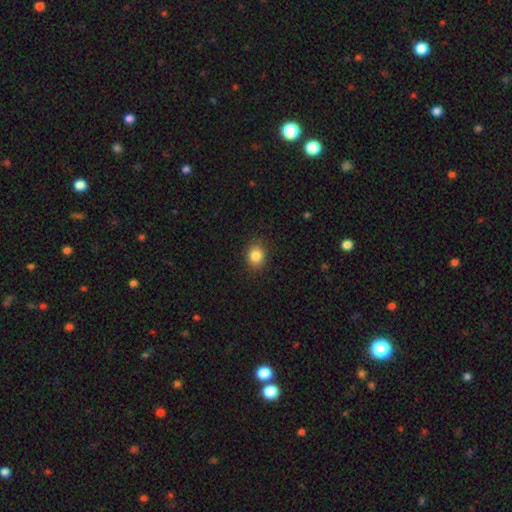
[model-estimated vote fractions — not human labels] A smooth galaxy with no disk features (85%) that is round (63%). Merging: none (87%).